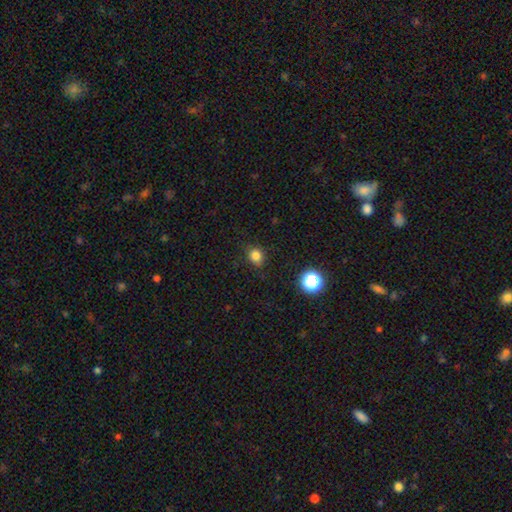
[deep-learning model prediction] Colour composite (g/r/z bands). It shows a smooth galaxy with no disk features (82%) that is round (75%). Merging: none (82%).